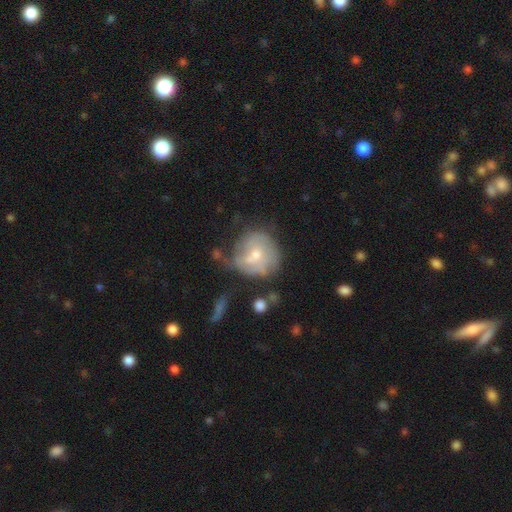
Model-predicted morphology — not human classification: This is possibly a featured or disk galaxy (48%). Merging: marginally none (44%).